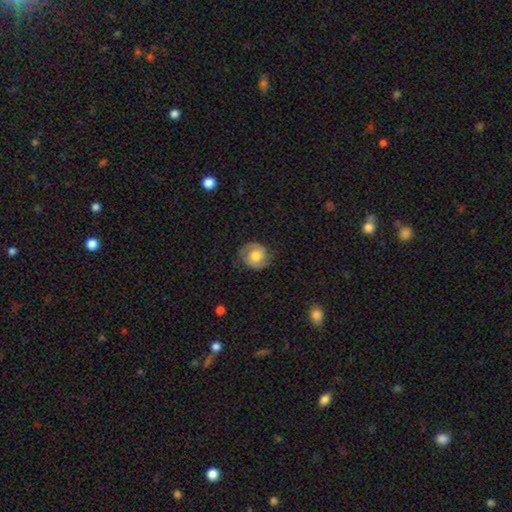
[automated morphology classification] Smooth or featured?
  - featured or disk: 55% *
  - smooth: 37%
  - star or artifact: 7%
Edge-on disk?
  - no: 97% *
  - yes: 3%
Bar?
  - no: 69% *
  - weak: 26%
  - strong: 5%
Spiral arms?
  - yes: 82% *
  - no: 18%
Bulge size?
  - moderate: 59% *
  - large: 28%
  - small: 8%
  - dominant: 2%
  - none: 2%
Merging?
  - none: 76% *
  - minor disturbance: 17%
  - major disturbance: 6%
  - merger: 1%